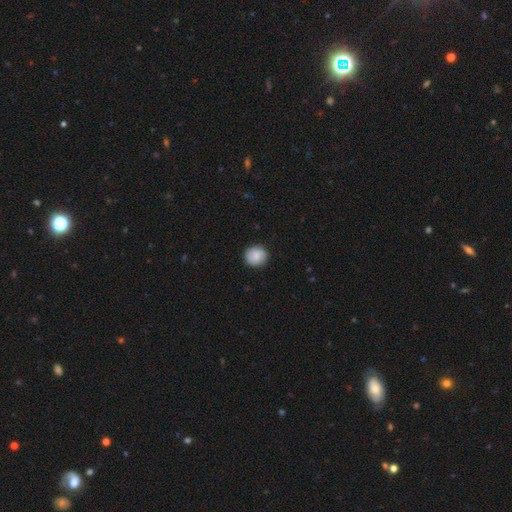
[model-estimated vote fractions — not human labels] Overall: smooth (72%). How rounded: round (89%). Merging: none (86%).